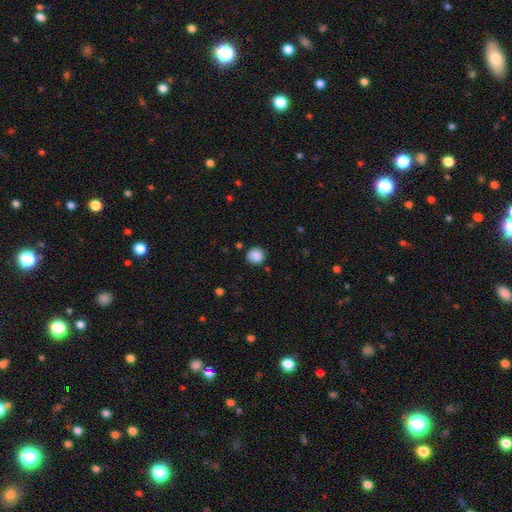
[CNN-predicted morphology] The model was most divided on "merging": none: 82%, minor disturbance: 13%, major disturbance: 3%, merger: 2%. More confident: how rounded — round (88%); smooth or featured — smooth (88%).